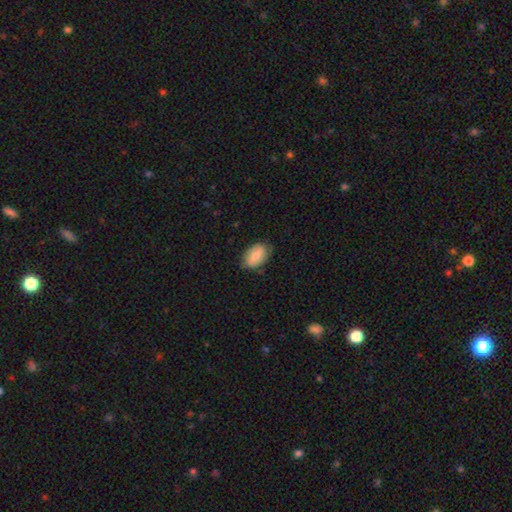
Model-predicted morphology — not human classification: This appears to be a smooth galaxy with no disk features (77%) that is in between round and cigar-shaped (90%). Merging: none (77%).